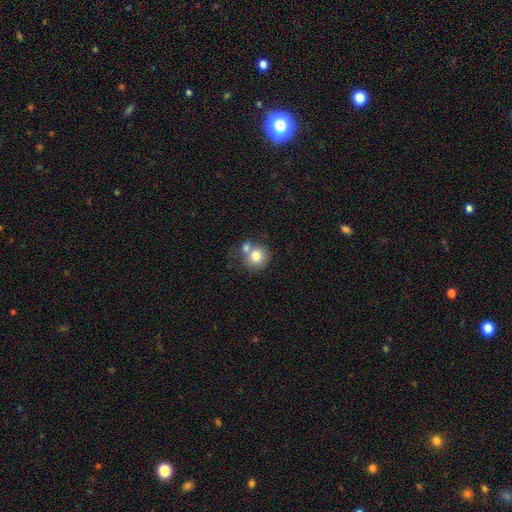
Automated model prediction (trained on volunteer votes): A smooth galaxy with no disk features (77%) that is round (87%).

Vote fractions:
- Smooth or featured? smooth: 77% / featured or disk: 14% / star or artifact: 9%
- How rounded? round: 87% / in between: 12% / cigar-shaped: 1%
- Merging? none: 49% / merger: 38% / minor disturbance: 10% / major disturbance: 4%